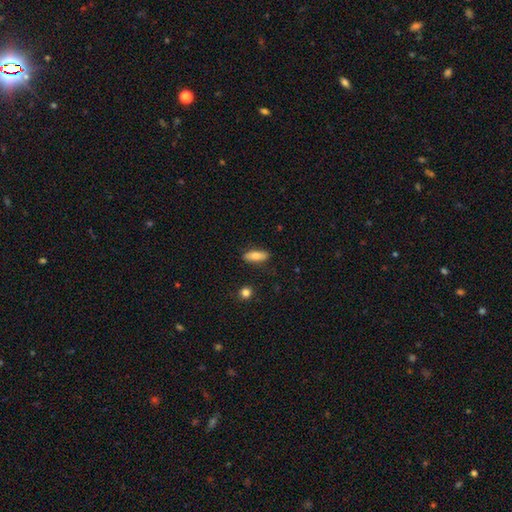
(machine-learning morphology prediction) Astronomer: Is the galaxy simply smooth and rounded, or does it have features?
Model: smooth — 79%.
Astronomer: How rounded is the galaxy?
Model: in between — 70%.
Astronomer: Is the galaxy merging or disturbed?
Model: none — 85%.